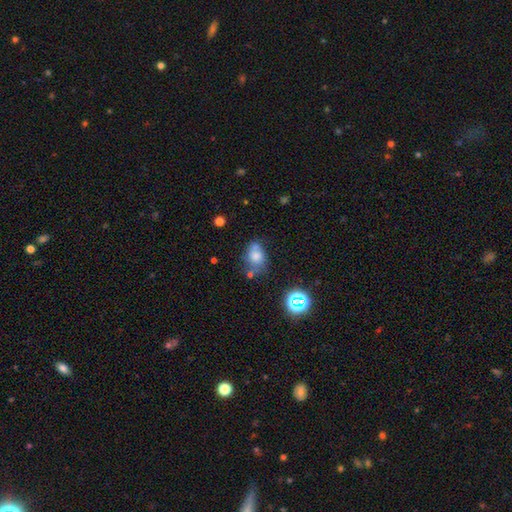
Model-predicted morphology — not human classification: A smooth galaxy with no disk features (68%) that is in between round and cigar-shaped (65%).

Vote fractions:
- Smooth or featured? smooth: 68% / featured or disk: 17% / star or artifact: 15%
- How rounded? in between: 65% / round: 33% / cigar-shaped: 1%
- Merging? none: 46% / minor disturbance: 25% / merger: 18% / major disturbance: 11%